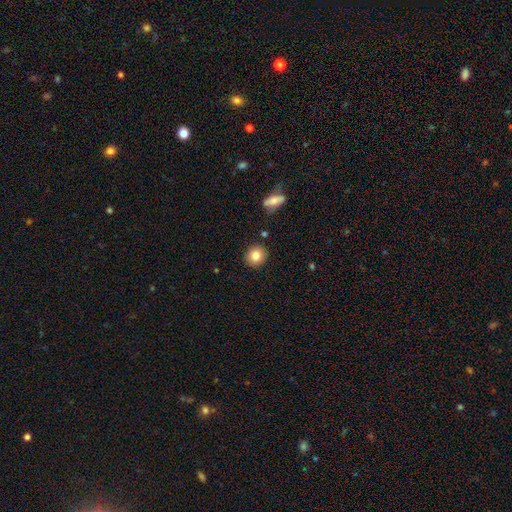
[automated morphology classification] Smooth or featured? Predicted: smooth (p=0.82). How rounded? Predicted: round (p=0.87). Merging? Predicted: none (p=0.89).